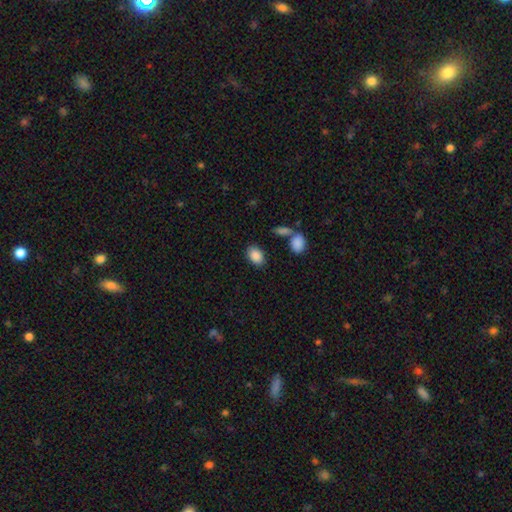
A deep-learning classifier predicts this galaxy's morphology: smooth-or-featured: smooth: 88% | star or artifact: 8% | featured or disk: 5%
  how-rounded: in between: 86% | round: 12% | cigar-shaped: 1%
  merging: none: 80% | minor disturbance: 11% | merger: 5% | major disturbance: 4%